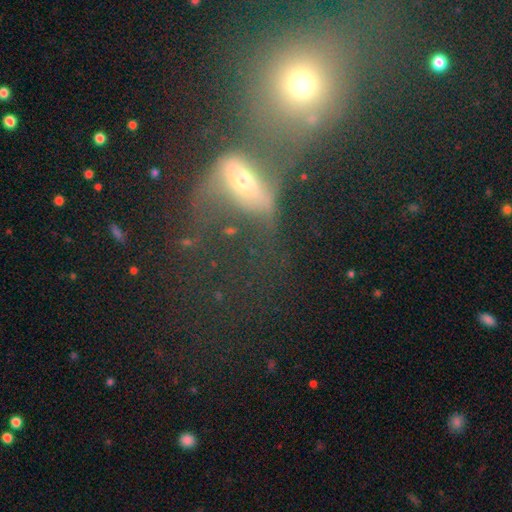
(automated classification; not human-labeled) This is possibly a featured or disk galaxy (45%). Merging: marginally merger (45%).